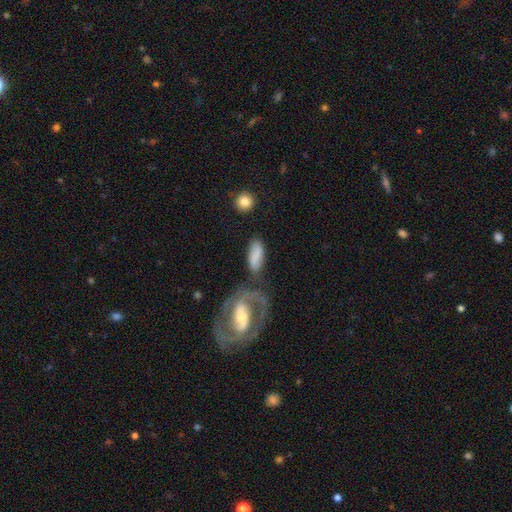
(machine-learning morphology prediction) A smooth galaxy with no disk features (74%) that is in between round and cigar-shaped (76%). Merging: none (59%).